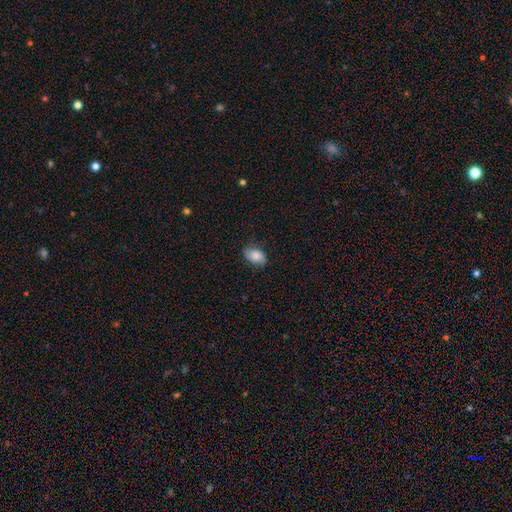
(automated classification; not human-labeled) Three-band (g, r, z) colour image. It shows a smooth galaxy with no disk features (76%) that is in between round and cigar-shaped (87%). Merging: none (74%).